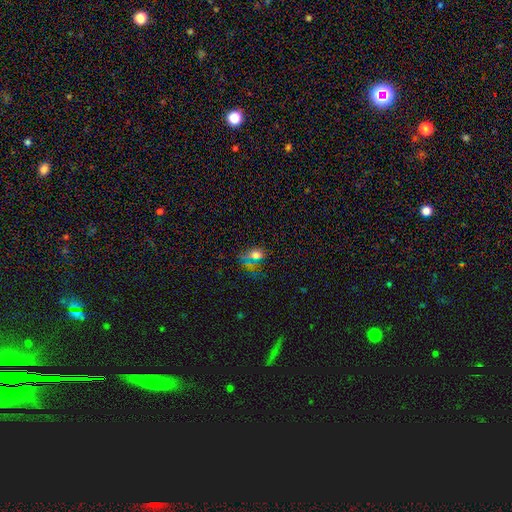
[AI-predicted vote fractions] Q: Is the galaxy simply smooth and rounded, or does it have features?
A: smooth — 55%.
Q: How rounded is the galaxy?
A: round — 47%, tied with in between.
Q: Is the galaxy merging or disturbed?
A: none — 65%.